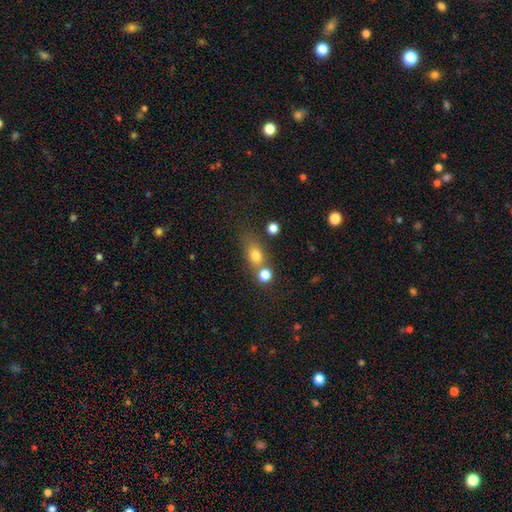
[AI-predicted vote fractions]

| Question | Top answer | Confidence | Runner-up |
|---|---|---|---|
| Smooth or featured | smooth | 73% | star or artifact (14%) |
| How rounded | in between | 50% | round (43%) |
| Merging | none | 47% | merger (31%) |